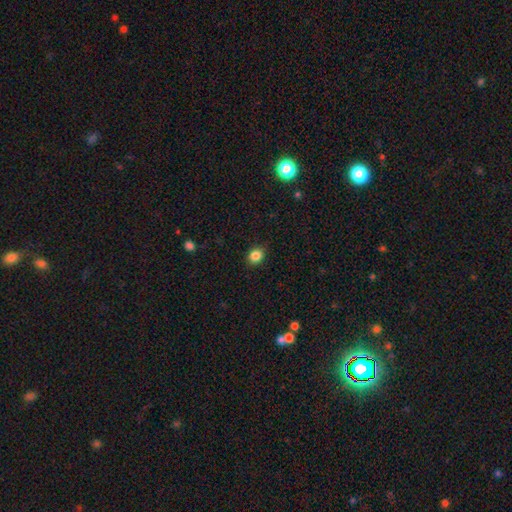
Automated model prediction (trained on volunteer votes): Q: Smooth or featured?
A: smooth (86%); runner-up: star or artifact (11%)
Q: How rounded?
A: round (69%); runner-up: in between (30%)
Q: Merging?
A: none (89%); runner-up: minor disturbance (8%)